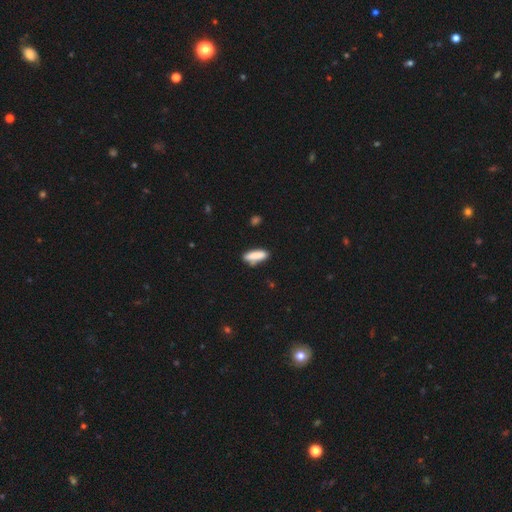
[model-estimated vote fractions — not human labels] Smooth or featured?
  - smooth: 86% *
  - featured or disk: 8%
  - star or artifact: 7%
How rounded?
  - cigar-shaped: 54% *
  - in between: 45%
  - round: 2%
Merging?
  - none: 76% *
  - minor disturbance: 17%
  - merger: 5%
  - major disturbance: 3%